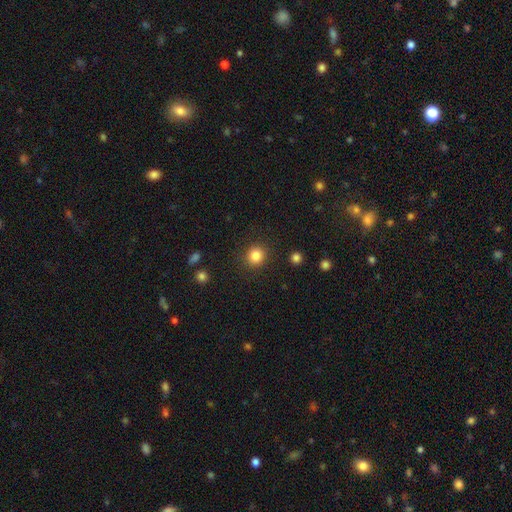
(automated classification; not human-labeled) This appears to be a smooth galaxy with no disk features (85%) that is round (89%). Merging: none (90%).